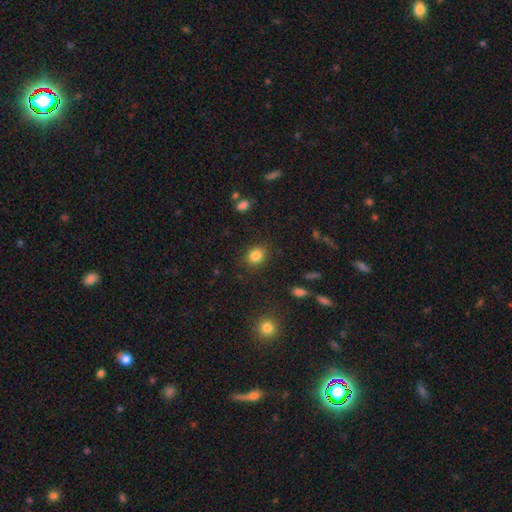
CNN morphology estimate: This appears to be a smooth galaxy with no disk features (84%) that is round (60%). Merging: none (87%).